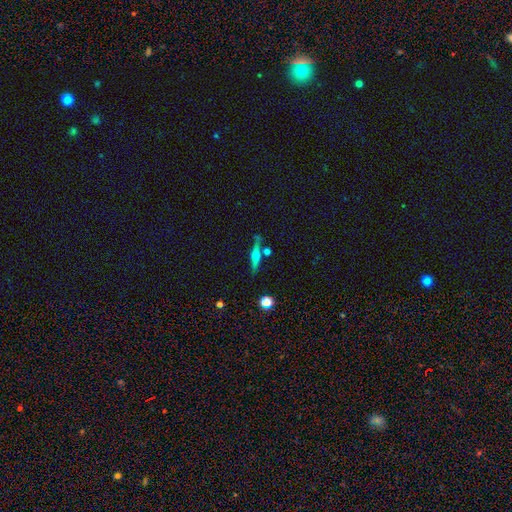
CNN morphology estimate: Smooth or featured? Predicted: featured or disk (p=0.64). Edge-on disk? Predicted: yes (p=0.96). Edge-on bulge? Predicted: rounded (p=0.89). Merging? Predicted: none (p=0.77).